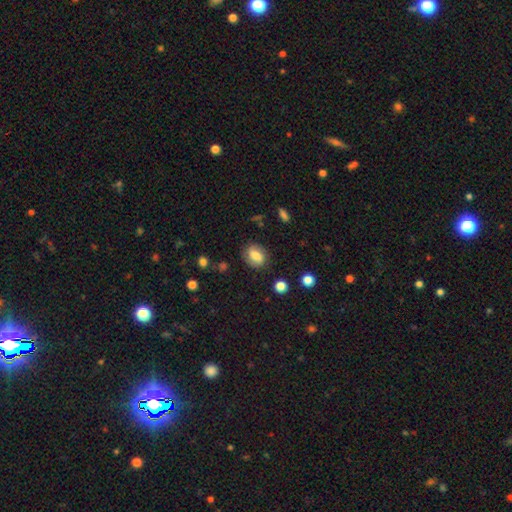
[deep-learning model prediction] Smooth or featured: smooth — 58% (featured or disk — 33%)
How rounded: in between — 64% (round — 34%)
Merging: none — 79% (minor disturbance — 15%)